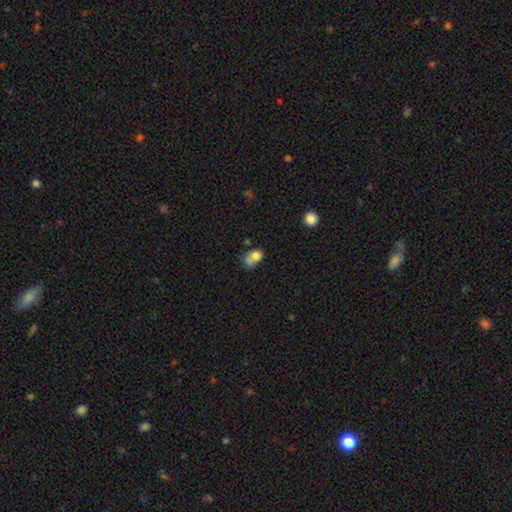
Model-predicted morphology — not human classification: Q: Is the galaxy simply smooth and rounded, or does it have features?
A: smooth — 72%.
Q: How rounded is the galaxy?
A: in between — 59%.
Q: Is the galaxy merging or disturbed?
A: merger — 38%.